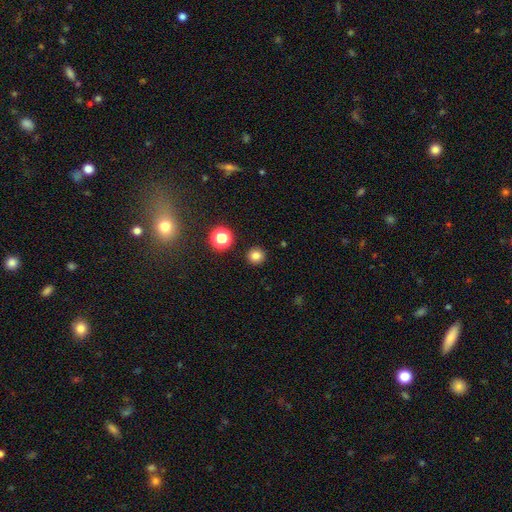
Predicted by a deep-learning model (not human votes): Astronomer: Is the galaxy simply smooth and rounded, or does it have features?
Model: smooth — 81%.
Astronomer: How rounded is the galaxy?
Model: round — 94%.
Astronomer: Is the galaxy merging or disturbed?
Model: none — 92%.